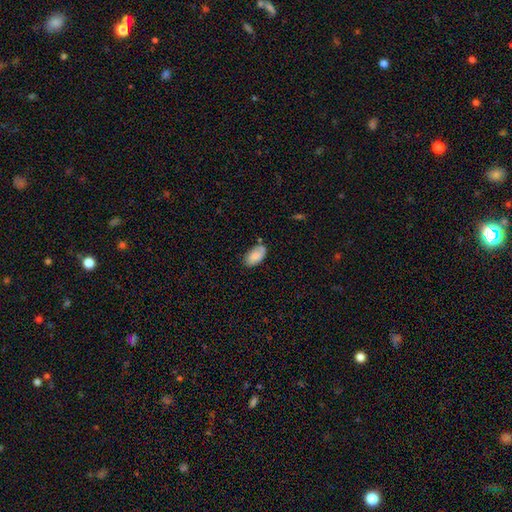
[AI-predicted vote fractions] Smooth or featured: smooth — 83% (featured or disk — 10%)
How rounded: in between — 95% (round — 4%)
Merging: none — 70% (minor disturbance — 21%)